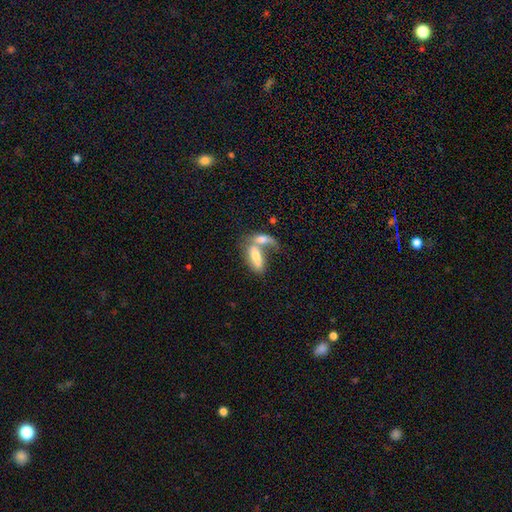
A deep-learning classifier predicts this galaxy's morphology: Overall: smooth (64%; featured or disk 29%). How rounded: in between (70%). Merging: merger (68%).